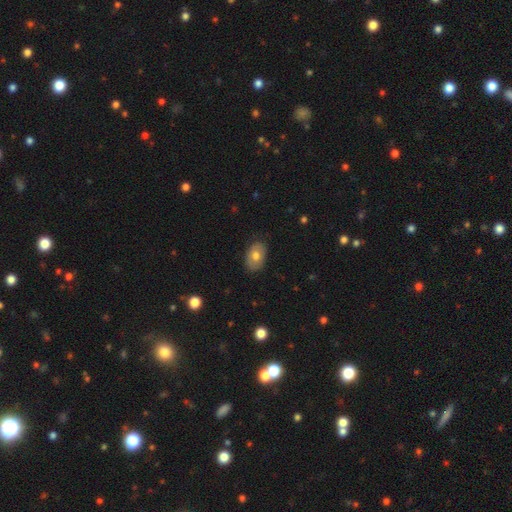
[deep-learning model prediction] This appears to be a smooth galaxy with no disk features (69%) that is in between round and cigar-shaped (86%). Merging: none (84%).